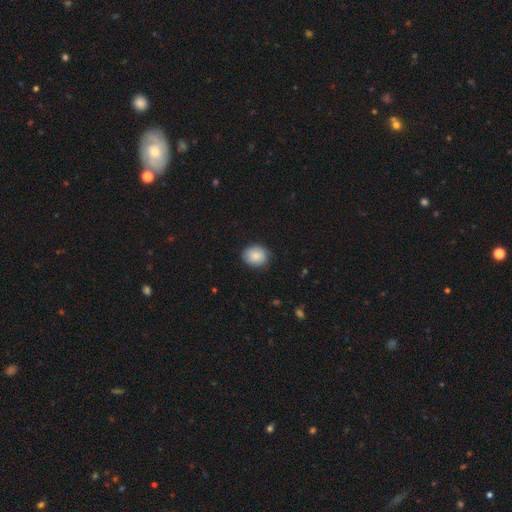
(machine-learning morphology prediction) This appears to be a smooth galaxy with no disk features (86%) that is round (64%). Merging: none (85%).